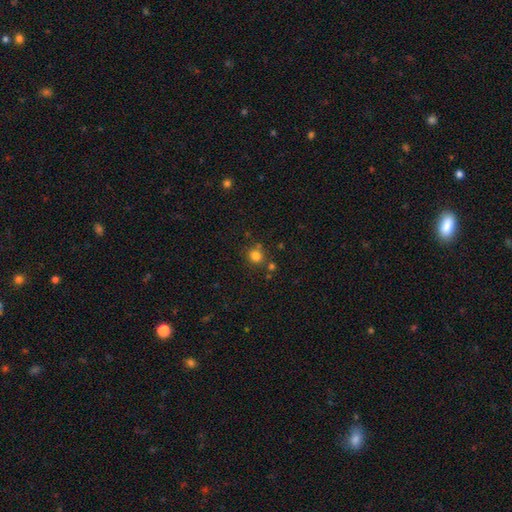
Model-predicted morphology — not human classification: This appears to be a smooth galaxy with no disk features (80%) that is round (86%). Merging: none (74%).